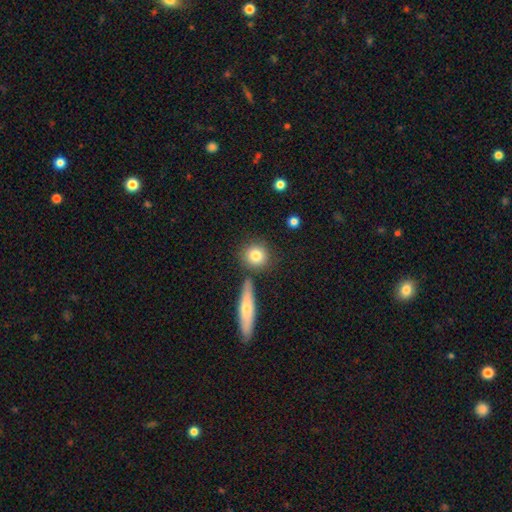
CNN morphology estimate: This is clearly a smooth galaxy (82%). How rounded: clearly round (84%). Merging: likely none (76%).